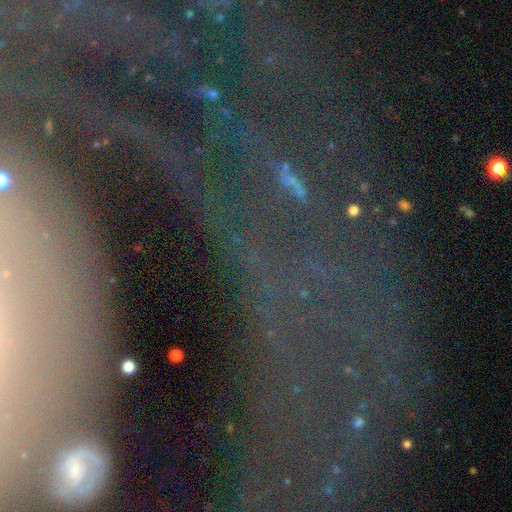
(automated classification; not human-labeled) Q: Smooth or featured?
A: star or artifact (63%); runner-up: featured or disk (23%)